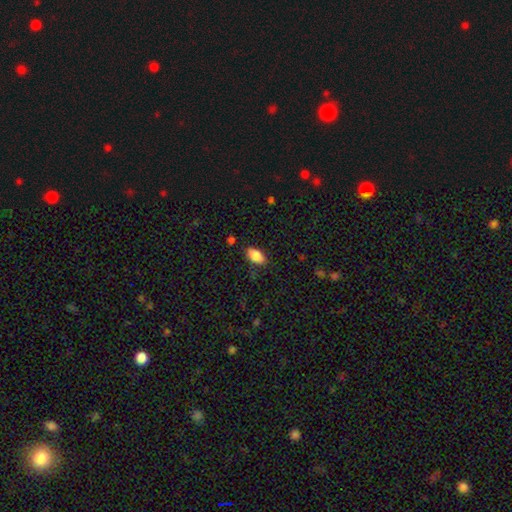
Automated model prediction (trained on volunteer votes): Overall: smooth (87%). How rounded: in between (93%). Merging: none (82%).